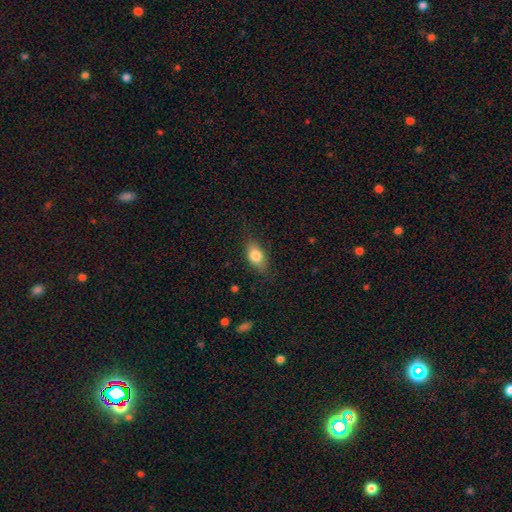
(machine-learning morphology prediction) Q: Smooth or featured?
A: smooth (81%); runner-up: featured or disk (11%)
Q: How rounded?
A: in between (86%); runner-up: round (10%)
Q: Merging?
A: none (79%); runner-up: minor disturbance (16%)